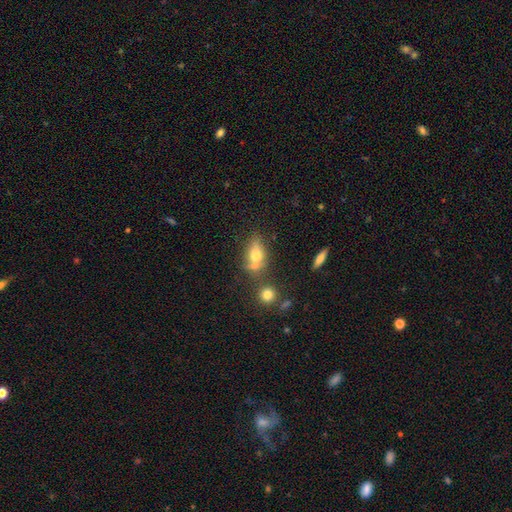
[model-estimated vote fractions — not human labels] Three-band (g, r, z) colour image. It shows a smooth galaxy with no disk features (68%) that is in between round and cigar-shaped (71%). Merging: none (41%).